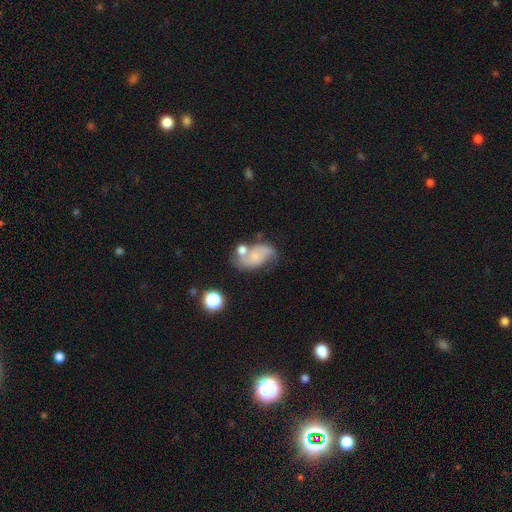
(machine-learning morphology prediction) The model was most divided on "merging": none: 39%, merger: 25%, minor disturbance: 23%, major disturbance: 13%. Remaining: edge-on disk — no (96%); spiral arms — yes (80%); bar — no (69%); smooth or featured — featured or disk (54%); bulge size — small (47%).